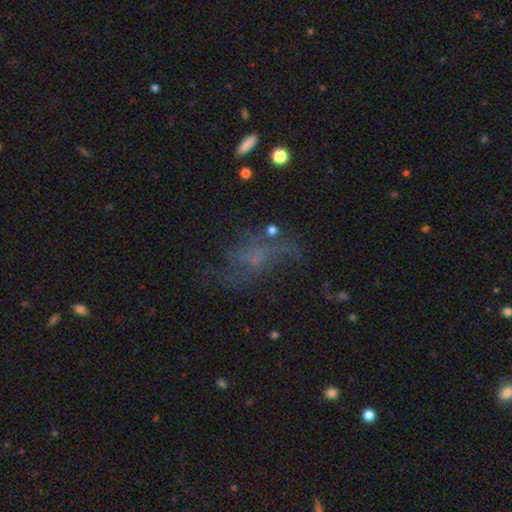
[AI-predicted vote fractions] smooth_or_featured: featured or disk (p=0.46) [alt: smooth p=0.30]
merging: none (p=0.45) [alt: major disturbance p=0.30]